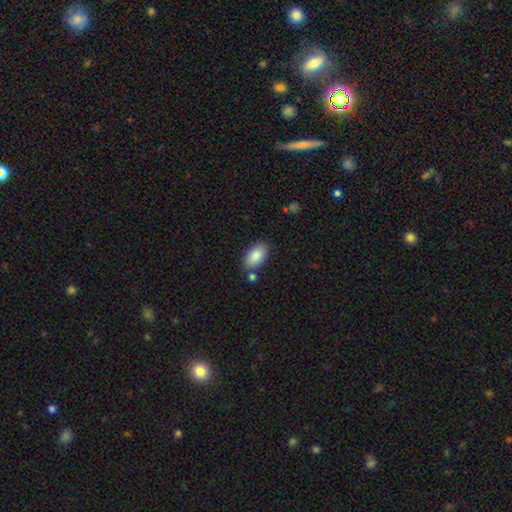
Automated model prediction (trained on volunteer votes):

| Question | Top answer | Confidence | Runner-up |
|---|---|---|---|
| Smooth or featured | smooth | 87% | featured or disk (7%) |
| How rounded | in between | 94% | round (3%) |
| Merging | none | 77% | minor disturbance (13%) |